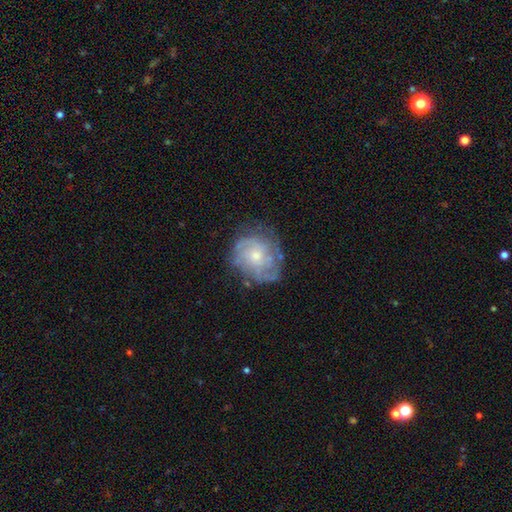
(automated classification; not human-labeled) smooth-or-featured: featured or disk: 74% | smooth: 19% | star or artifact: 8%
  disk-edge-on: no: 98% | yes: 2%
    bar: no: 81% | weak: 17% | strong: 2%
    has-spiral-arms: yes: 83% | no: 17%
      spiral-winding: tight: 56% | medium: 32% | loose: 12%
      spiral-arm-count: can't tell: 48% | 3: 15% | 2: 13% | 4: 12% | more than 4: 6% | 1: 5%
    bulge-size: small: 60% | moderate: 35% | none: 2% | large: 2% | dominant: 1%
  merging: none: 67% | minor disturbance: 21% | major disturbance: 10% | merger: 2%